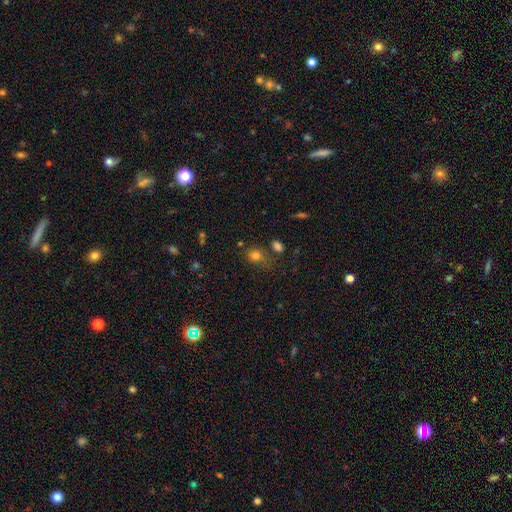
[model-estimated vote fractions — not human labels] Morphology: type=smooth (78%); roundness=round (55%); merging=none (64%).